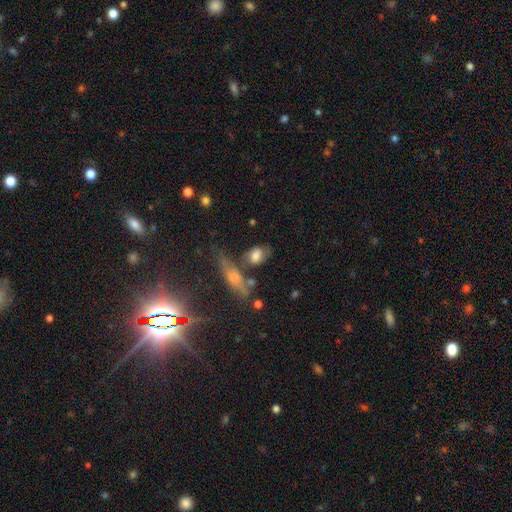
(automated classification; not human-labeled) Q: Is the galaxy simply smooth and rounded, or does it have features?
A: smooth — 69%.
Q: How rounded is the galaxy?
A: in between — 75%.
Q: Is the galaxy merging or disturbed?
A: none — 51%.